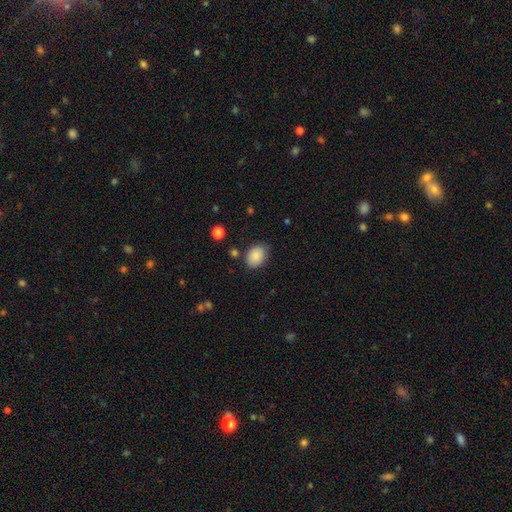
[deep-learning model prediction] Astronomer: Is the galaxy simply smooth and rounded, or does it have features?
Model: smooth — 85%.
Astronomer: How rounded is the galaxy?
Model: in between — 67%.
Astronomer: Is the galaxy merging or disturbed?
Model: none — 77%.